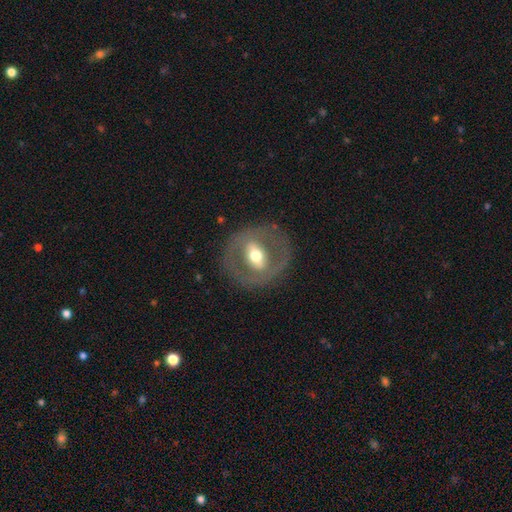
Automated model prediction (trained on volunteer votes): A featured or disk galaxy (64%) with a strong bar (43%), no spiral arms (83%) and a moderate central bulge (66%). Merging: none (80%).